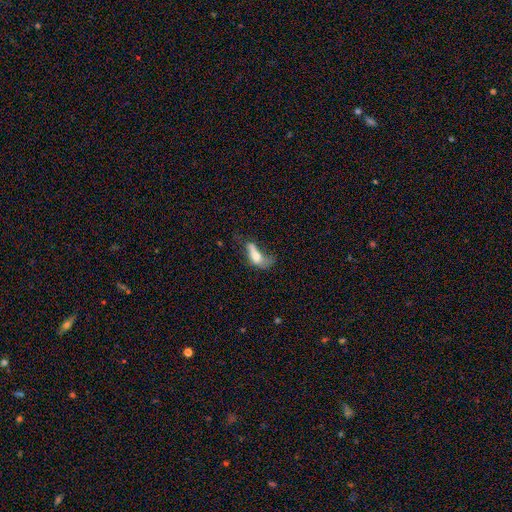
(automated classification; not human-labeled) smooth-or-featured: smooth: 55% | featured or disk: 35% | star or artifact: 10%
  how-rounded: in between: 68% | cigar-shaped: 27% | round: 5%
  merging: major disturbance: 51% | minor disturbance: 20% | none: 18% | merger: 10%